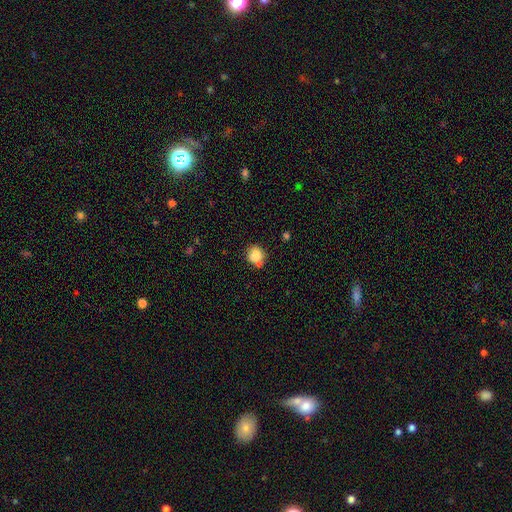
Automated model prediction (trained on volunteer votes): Smooth or featured? Predicted: smooth (p=0.79). How rounded? Predicted: round (p=0.73). Merging? Predicted: none (p=0.58).